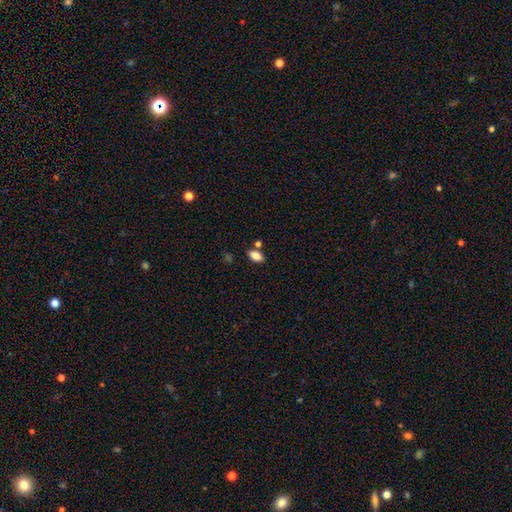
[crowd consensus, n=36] A smooth galaxy with no disk features (89%) that is in between round and cigar-shaped (94%).

Vote fractions:
- Smooth or featured? smooth: 89% / featured or disk: 8% / star or artifact: 3%
- How rounded? in between: 94% / round: 3% / cigar-shaped: 3%
- Merging? none: 74% / merger: 14% / minor disturbance: 11% / major disturbance: 0%